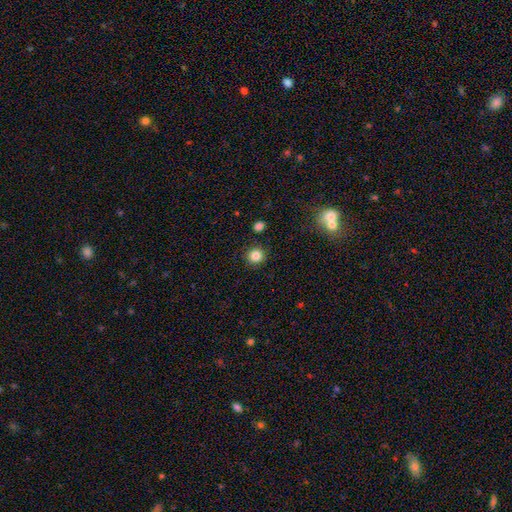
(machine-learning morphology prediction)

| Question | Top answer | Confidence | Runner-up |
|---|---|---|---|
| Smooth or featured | smooth | 84% | star or artifact (11%) |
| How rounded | round | 92% | in between (7%) |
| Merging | none | 90% | minor disturbance (6%) |